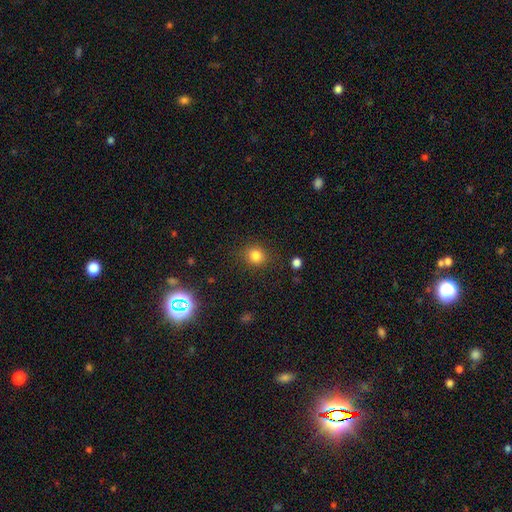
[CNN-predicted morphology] smooth 82%, star or artifact 12%, featured or disk 5%. Down the decision tree: how rounded — round (85%); merging — none (86%).